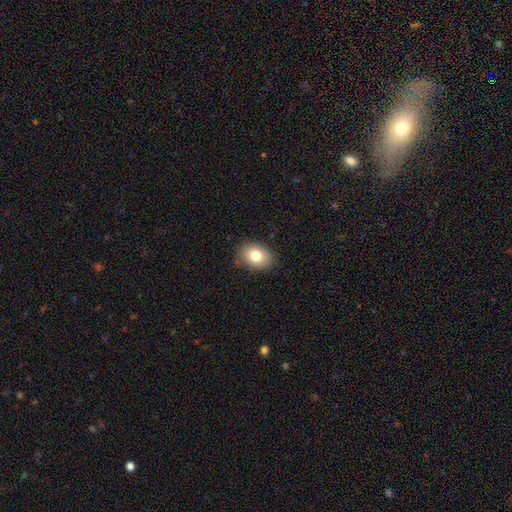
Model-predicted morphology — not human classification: Overall: smooth (80%). How rounded: in between (70%). Merging: none (85%).